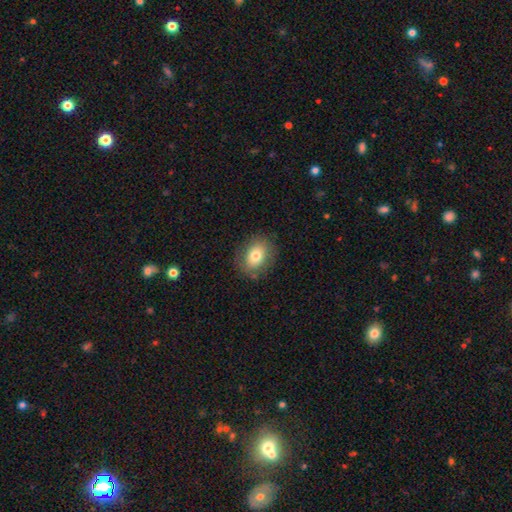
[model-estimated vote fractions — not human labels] A smooth galaxy with no disk features (75%) that is in between round and cigar-shaped (61%). Merging: none (83%).